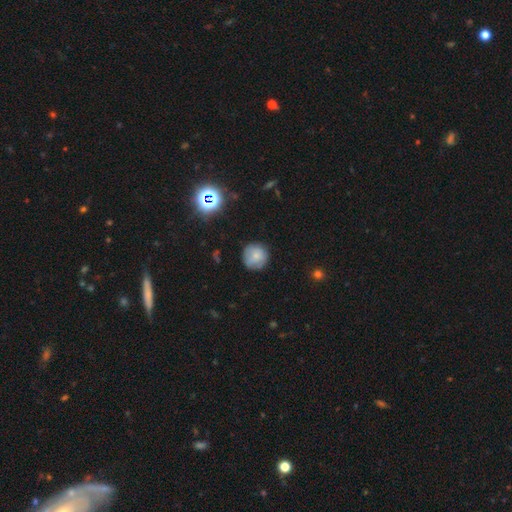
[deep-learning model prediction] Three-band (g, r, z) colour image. It shows a smooth galaxy with no disk features (74%) that is round (94%). Merging: none (80%).